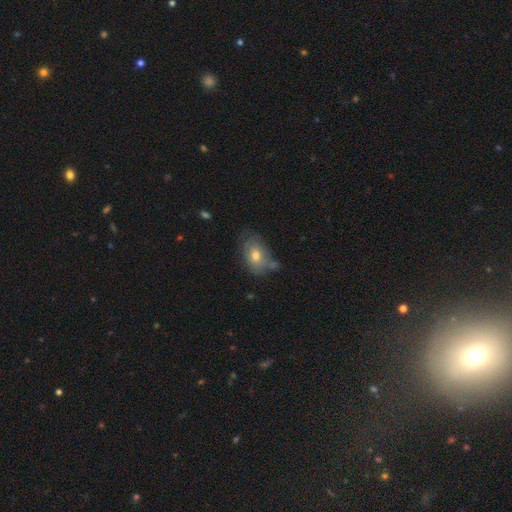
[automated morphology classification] Q: Smooth or featured?
A: smooth (67%); runner-up: featured or disk (24%)
Q: How rounded?
A: in between (80%); runner-up: round (19%)
Q: Merging?
A: none (52%); runner-up: minor disturbance (30%)